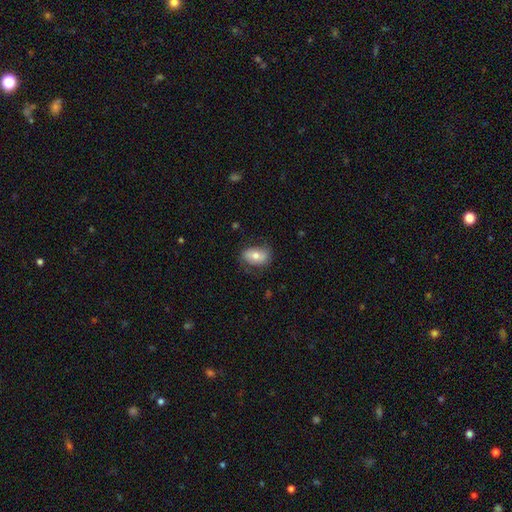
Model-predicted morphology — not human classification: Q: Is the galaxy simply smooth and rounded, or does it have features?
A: smooth — 65%.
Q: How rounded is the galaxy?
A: in between — 84%.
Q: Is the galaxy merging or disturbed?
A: none — 68%.